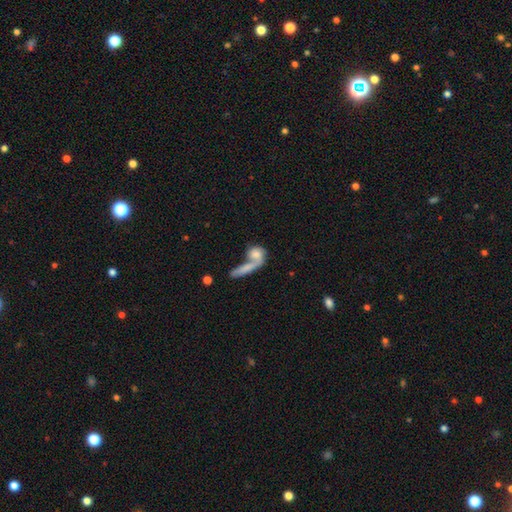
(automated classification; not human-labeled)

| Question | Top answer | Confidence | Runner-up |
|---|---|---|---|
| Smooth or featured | smooth | 61% | featured or disk (31%) |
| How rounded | in between | 43% | round (34%) |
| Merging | merger | 53% | none (26%) |